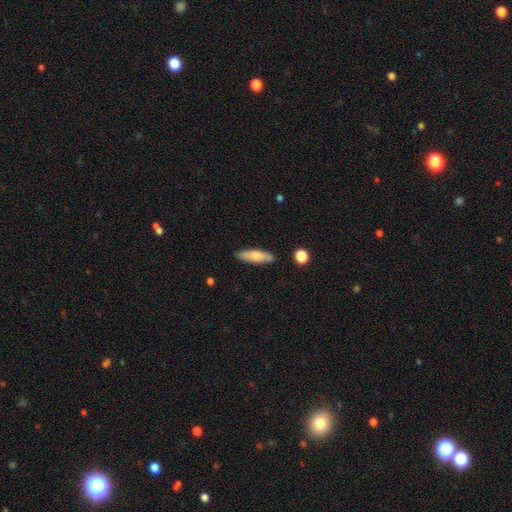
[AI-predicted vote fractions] smooth 70%, featured or disk 24%, star or artifact 6%. Down the decision tree: how rounded — cigar-shaped (59%); merging — none (84%).